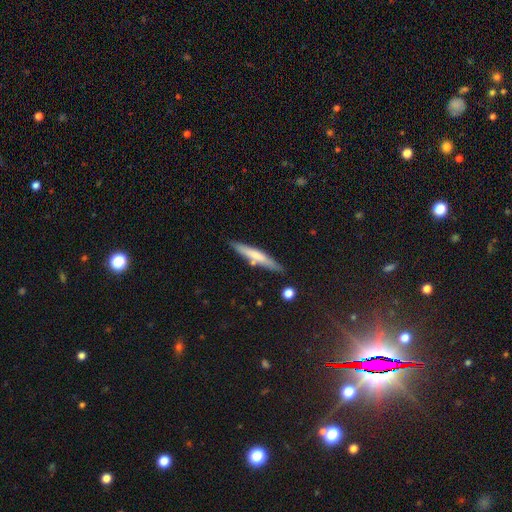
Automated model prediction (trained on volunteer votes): The model was most divided on "smooth or featured": smooth: 58%, featured or disk: 36%, star or artifact: 6%. More confident: how rounded — cigar-shaped (93%); merging — none (81%).